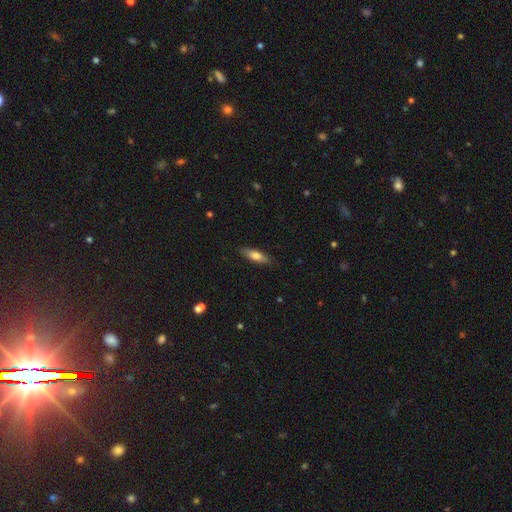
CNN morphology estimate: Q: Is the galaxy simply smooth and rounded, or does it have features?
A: smooth — 70%.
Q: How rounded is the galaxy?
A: cigar-shaped — 53%.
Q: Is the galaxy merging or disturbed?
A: none — 85%.